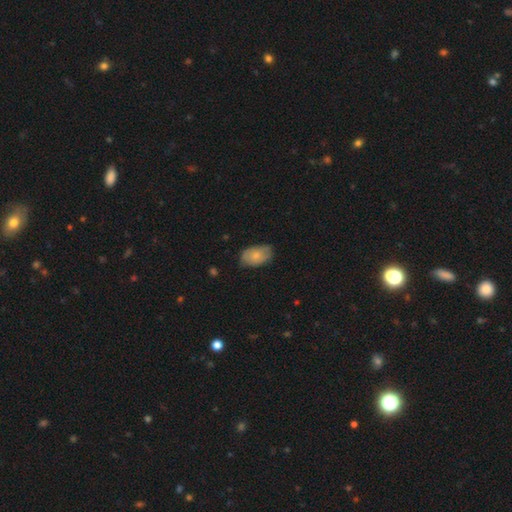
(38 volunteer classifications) Morphology: type=smooth (71%); roundness=in between (89%); merging=minor disturbance (51%).